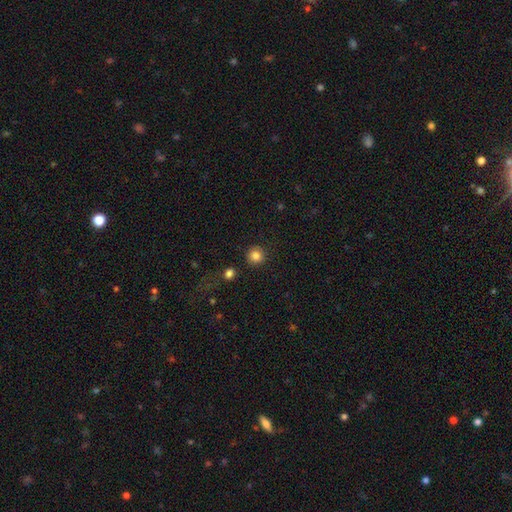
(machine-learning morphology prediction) The model was most divided on "smooth or featured": smooth: 84%, star or artifact: 11%, featured or disk: 5%. More confident: how rounded — round (93%); merging — none (88%).